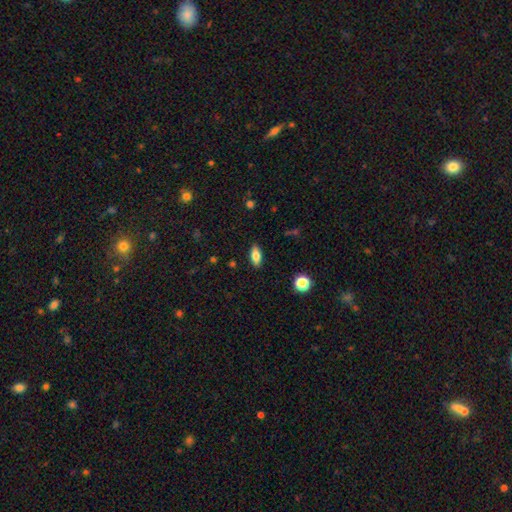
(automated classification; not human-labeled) smooth 76%, featured or disk 16%, star or artifact 8%. Down the decision tree: how rounded — in between (83%); merging — none (88%).